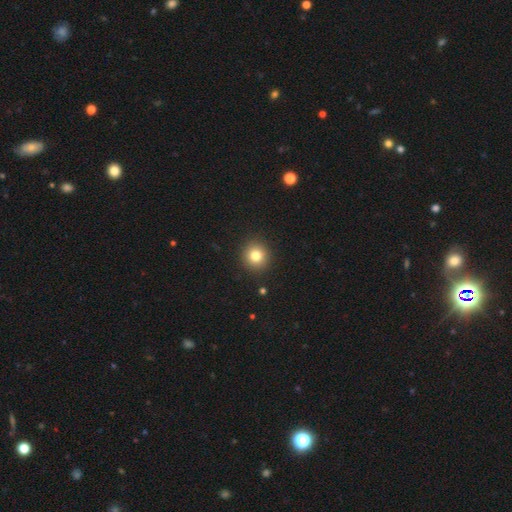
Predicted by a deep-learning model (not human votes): A smooth galaxy with no disk features (80%) that is round (92%).

Vote fractions:
- Smooth or featured? smooth: 80% / star or artifact: 12% / featured or disk: 8%
- How rounded? round: 92% / in between: 7% / cigar-shaped: 1%
- Merging? none: 91% / minor disturbance: 5% / major disturbance: 2% / merger: 1%